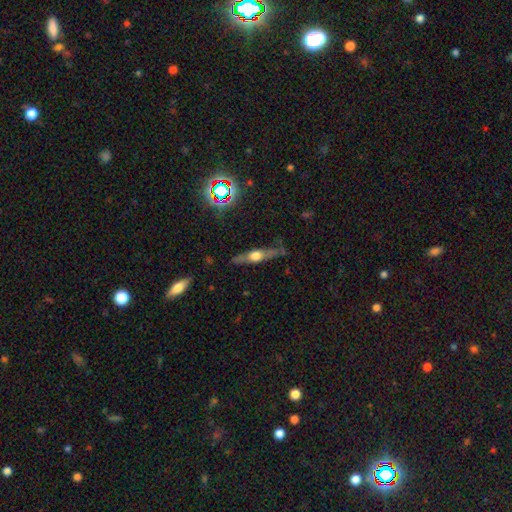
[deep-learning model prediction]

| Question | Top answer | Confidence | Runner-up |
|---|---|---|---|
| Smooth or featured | featured or disk | 65% | smooth (27%) |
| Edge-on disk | yes | 93% | no (7%) |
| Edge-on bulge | rounded | 92% | boxy (5%) |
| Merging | none | 78% | minor disturbance (16%) |